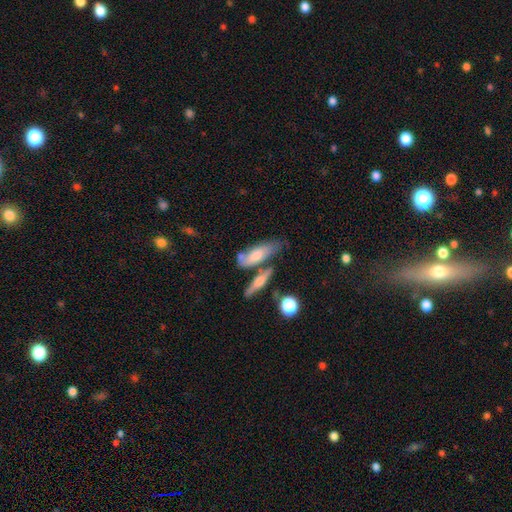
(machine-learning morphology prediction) A smooth galaxy with no disk features (58%) that is in between round and cigar-shaped (58%).

Vote fractions:
- Smooth or featured? smooth: 58% / featured or disk: 35% / star or artifact: 7%
- How rounded? in between: 58% / cigar-shaped: 39% / round: 3%
- Merging? none: 47% / merger: 27% / minor disturbance: 19% / major disturbance: 7%